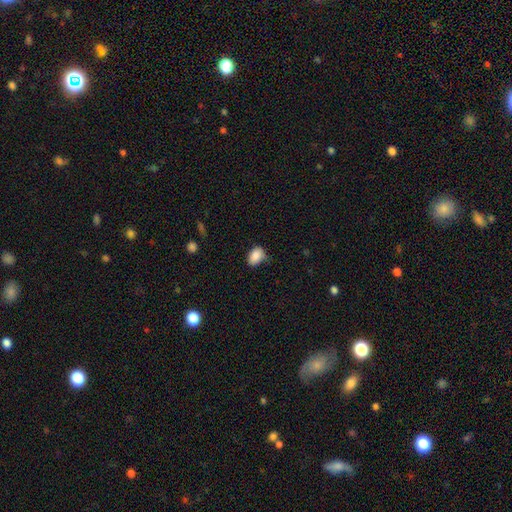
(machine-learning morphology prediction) The model was most divided on "merging": none: 63%, minor disturbance: 29%, major disturbance: 6%, merger: 2%. More confident: smooth or featured — smooth (88%); how rounded — in between (85%).